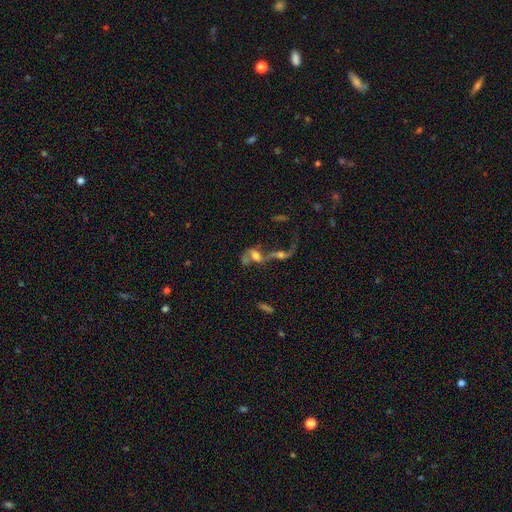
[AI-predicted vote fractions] featured or disk 53%, smooth 32%, star or artifact 15%. Down the decision tree: edge-on disk — no (91%); merging — merger (70%).